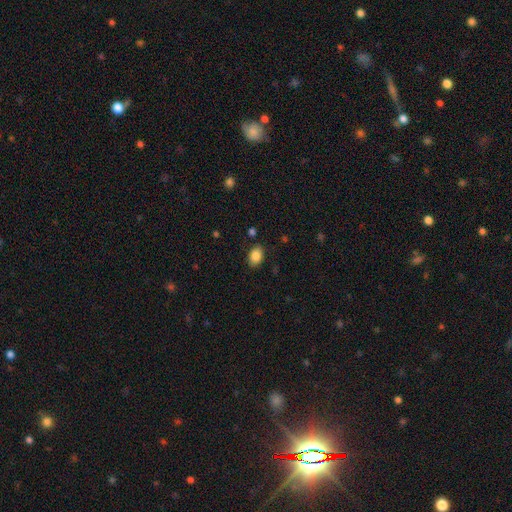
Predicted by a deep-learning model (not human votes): Morphology: type=smooth (86%); roundness=in between (79%); merging=none (83%).